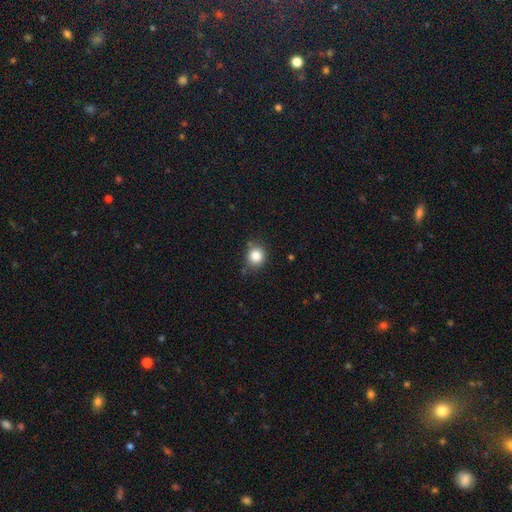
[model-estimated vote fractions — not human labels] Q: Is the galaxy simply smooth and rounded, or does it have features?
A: smooth — 84%.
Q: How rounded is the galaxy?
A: round — 81%.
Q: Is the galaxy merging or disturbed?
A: none — 75%.